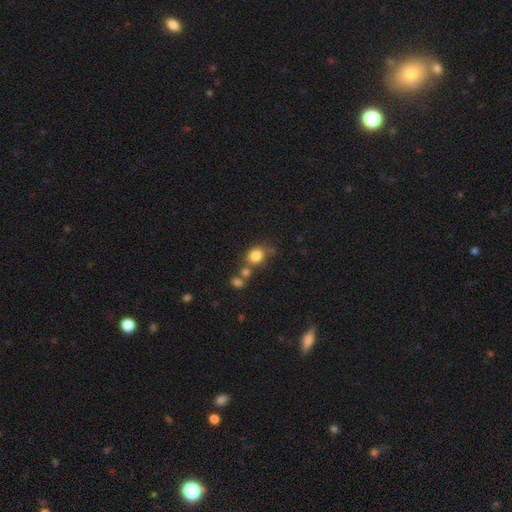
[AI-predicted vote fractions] smooth_or_featured: smooth (p=0.81) [alt: star or artifact p=0.10]
how_rounded: round (p=0.68) [alt: in between p=0.31]
merging: none (p=0.50) [alt: merger p=0.26]